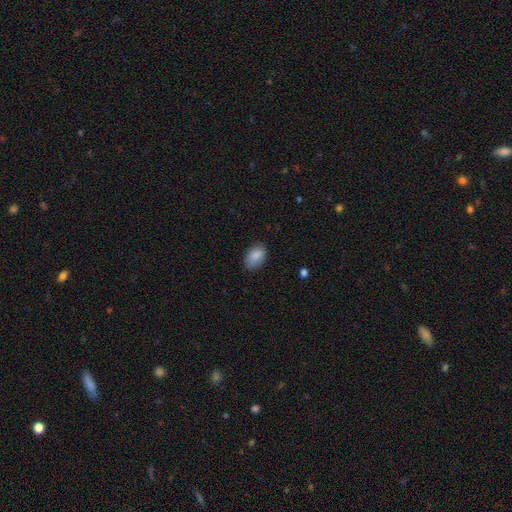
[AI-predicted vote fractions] Q: Smooth or featured?
A: smooth (87%); runner-up: star or artifact (7%)
Q: How rounded?
A: in between (90%); runner-up: round (9%)
Q: Merging?
A: none (77%); runner-up: minor disturbance (18%)